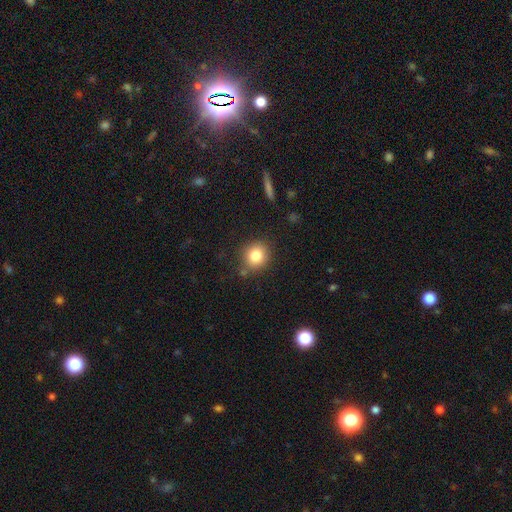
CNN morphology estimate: Smooth or featured? smooth (81%)
How rounded? round (83%)
Merging? none (84%)